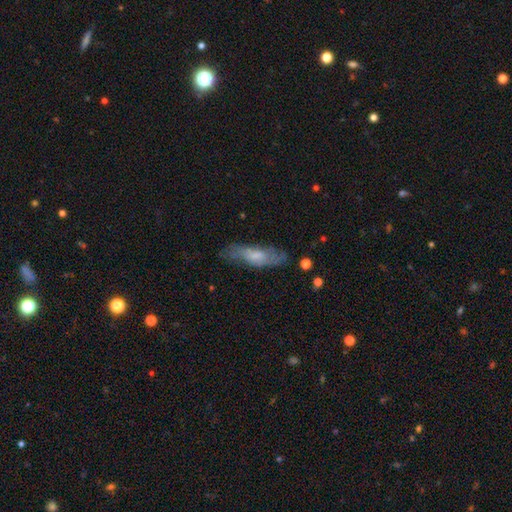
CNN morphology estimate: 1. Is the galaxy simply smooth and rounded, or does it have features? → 48% smooth, 45% featured or disk, 7% star or artifact.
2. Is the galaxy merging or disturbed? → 64% none, 24% minor disturbance, 10% major disturbance, 2% merger.